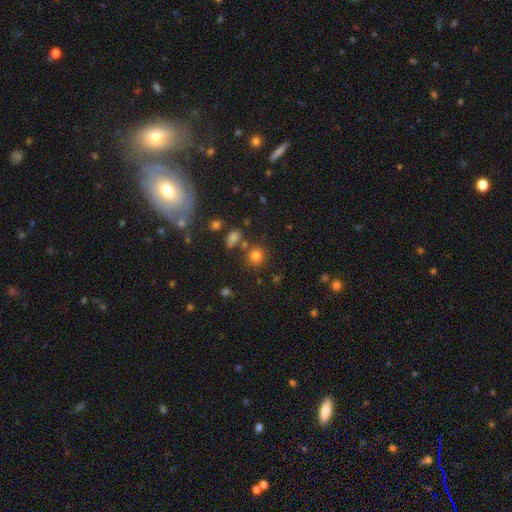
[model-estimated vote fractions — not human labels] Smooth or featured: smooth — 79% (star or artifact — 15%)
How rounded: round — 85% (in between — 13%)
Merging: none — 77% (minor disturbance — 10%)